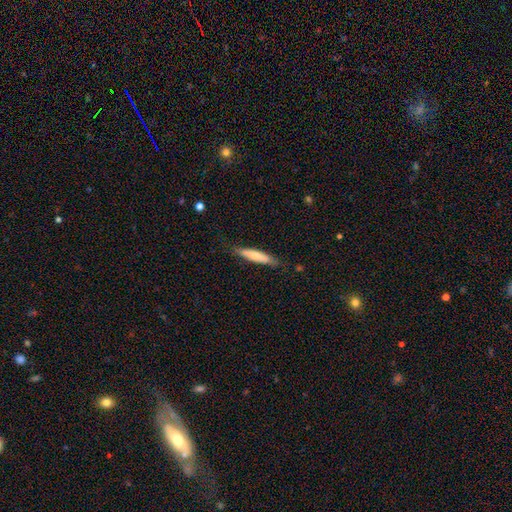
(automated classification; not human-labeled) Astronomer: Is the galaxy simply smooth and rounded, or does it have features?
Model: smooth — 69%.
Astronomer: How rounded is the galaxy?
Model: cigar-shaped — 82%.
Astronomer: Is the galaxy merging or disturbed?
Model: none — 78%.